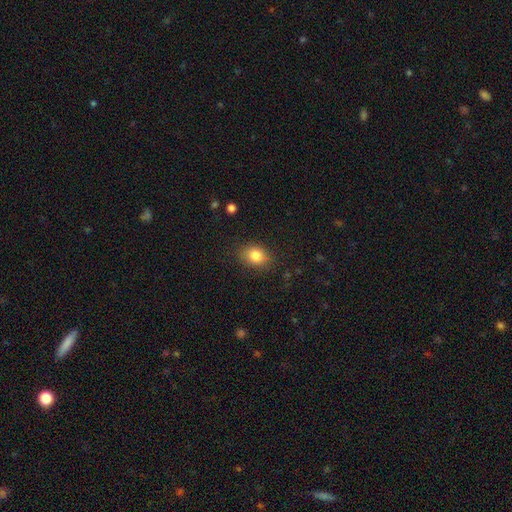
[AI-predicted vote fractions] This is clearly a smooth galaxy (83%). How rounded: likely in between (65%). Merging: clearly none (84%).